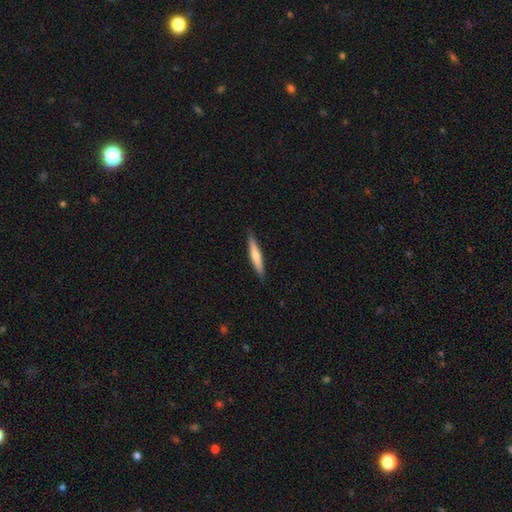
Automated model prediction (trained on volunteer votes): Smooth or featured? smooth (61%)
How rounded? cigar-shaped (93%)
Merging? none (89%)